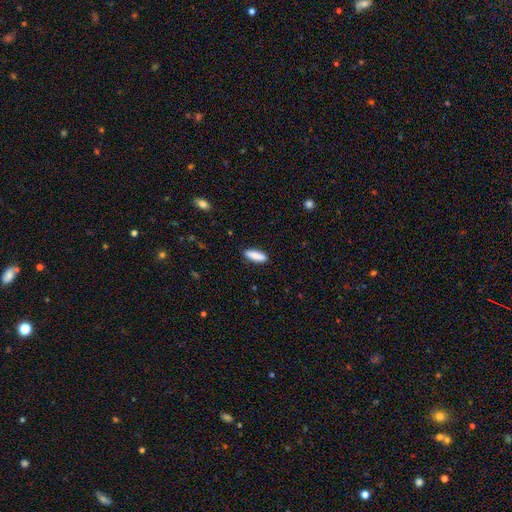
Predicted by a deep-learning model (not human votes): Smooth or featured: smooth — 87% (featured or disk — 7%)
How rounded: cigar-shaped — 50% (in between — 49%)
Merging: none — 88% (minor disturbance — 9%)